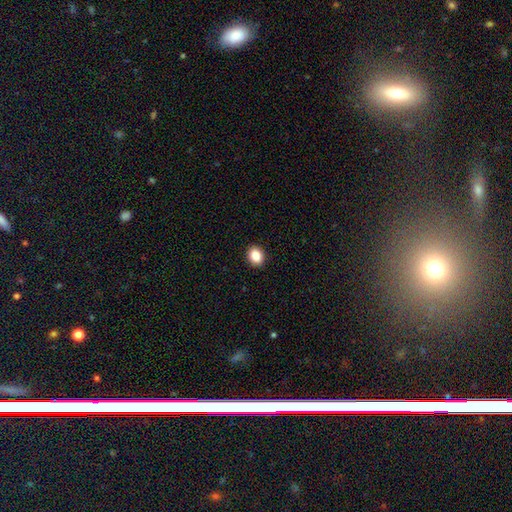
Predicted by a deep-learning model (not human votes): This is clearly a smooth galaxy (87%). How rounded: possibly round (54%). Merging: clearly none (92%).